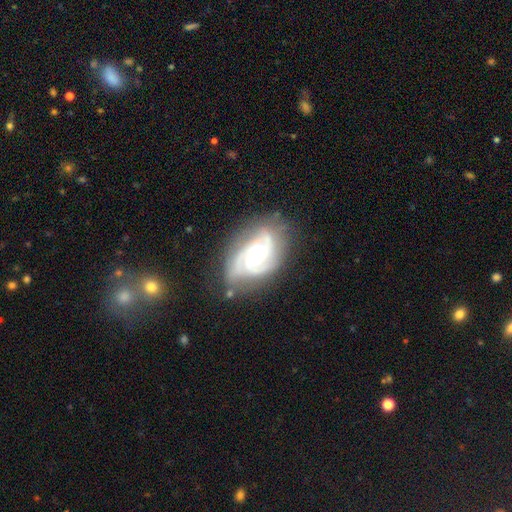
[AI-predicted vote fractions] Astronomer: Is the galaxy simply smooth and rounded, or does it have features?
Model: featured or disk — 89%.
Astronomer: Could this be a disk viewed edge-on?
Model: no — 97%.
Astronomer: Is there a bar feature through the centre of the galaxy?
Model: no — 71%.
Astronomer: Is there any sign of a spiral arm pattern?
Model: yes — 98%.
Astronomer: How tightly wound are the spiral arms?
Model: tight — 59% (runner-up: medium, 35%).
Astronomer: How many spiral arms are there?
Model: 3 — 57%.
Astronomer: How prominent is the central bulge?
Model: moderate — 62%.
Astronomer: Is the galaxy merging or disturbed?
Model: none — 70%.